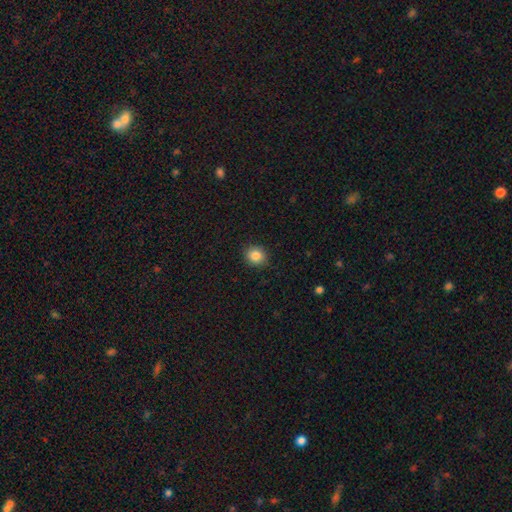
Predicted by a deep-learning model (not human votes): Smooth or featured?
  - smooth: 85% *
  - star or artifact: 10%
  - featured or disk: 5%
How rounded?
  - round: 79% *
  - in between: 20%
  - cigar-shaped: 1%
Merging?
  - none: 90% *
  - minor disturbance: 7%
  - major disturbance: 2%
  - merger: 1%